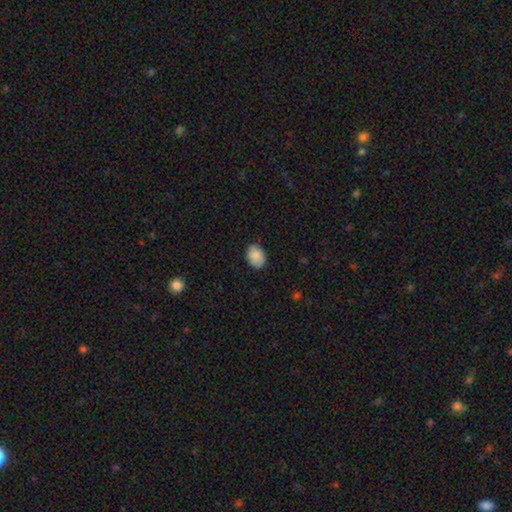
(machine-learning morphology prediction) This appears to be a smooth galaxy with no disk features (88%) that is in between round and cigar-shaped (68%). Merging: none (82%).